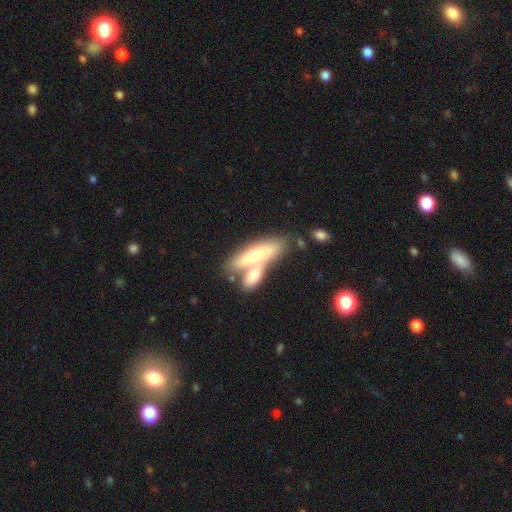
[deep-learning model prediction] Overall: smooth (55%; featured or disk 39%). How rounded: cigar-shaped (49%; in between 48%). Merging: merger (53%; none 32%).